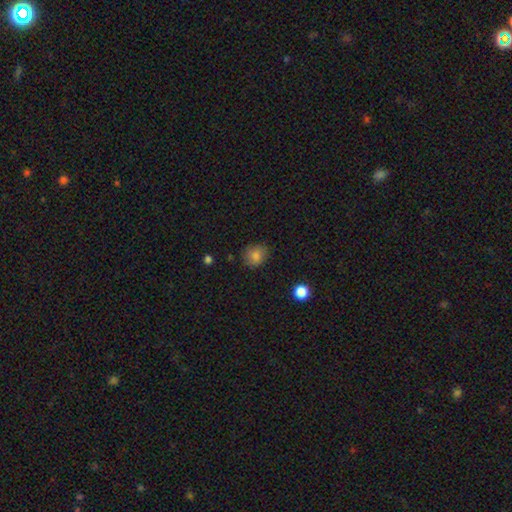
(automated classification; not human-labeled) smooth 83%, star or artifact 10%, featured or disk 7%. Down the decision tree: how rounded — round (75%); merging — none (80%).